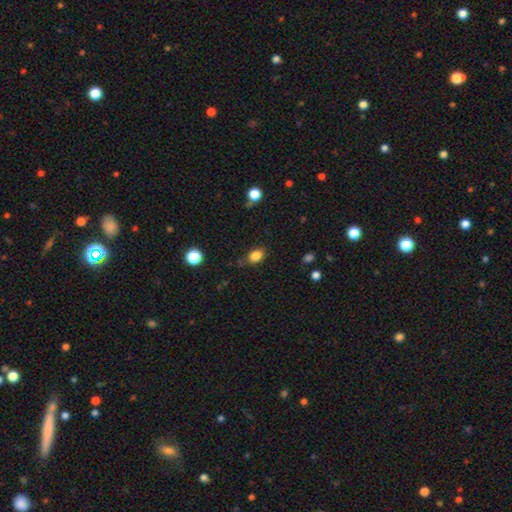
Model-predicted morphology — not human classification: The model was most divided on "how rounded": in between: 69%, round: 29%, cigar-shaped: 1%. More confident: smooth or featured — smooth (84%); merging — none (74%).